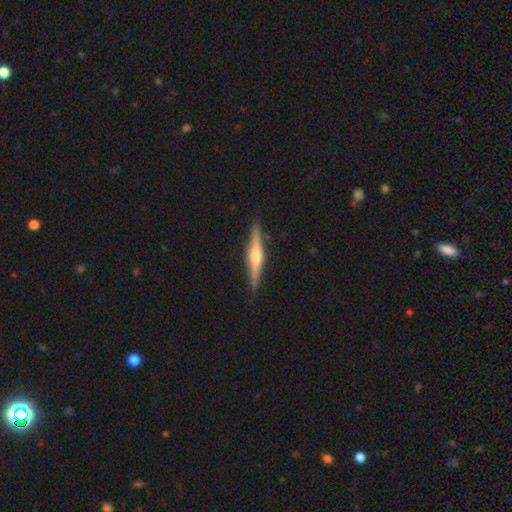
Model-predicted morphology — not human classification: Overall: featured or disk (75%). Edge-on disk: yes (98%). Edge-on bulge: rounded (86%). Merging: none (90%).